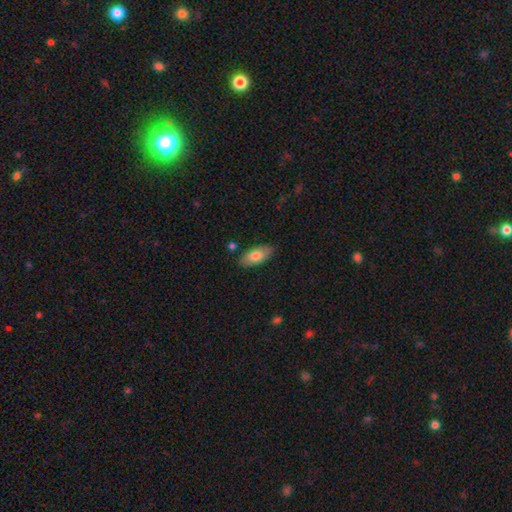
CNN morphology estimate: Q: Smooth or featured?
A: smooth (77%); runner-up: featured or disk (17%)
Q: How rounded?
A: in between (90%); runner-up: cigar-shaped (8%)
Q: Merging?
A: none (84%); runner-up: minor disturbance (12%)